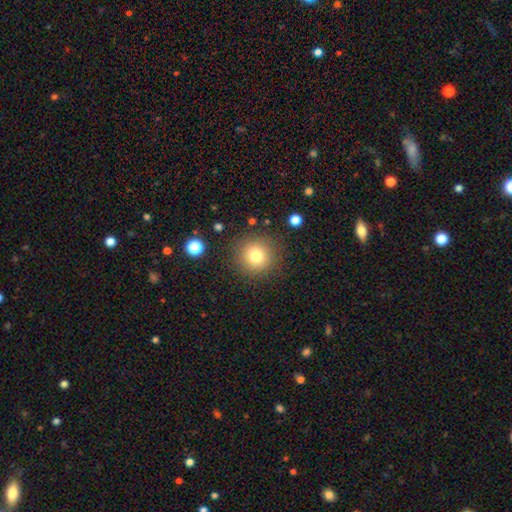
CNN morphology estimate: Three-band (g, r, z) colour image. It shows a smooth galaxy with no disk features (77%) that is round (94%). Merging: none (87%).